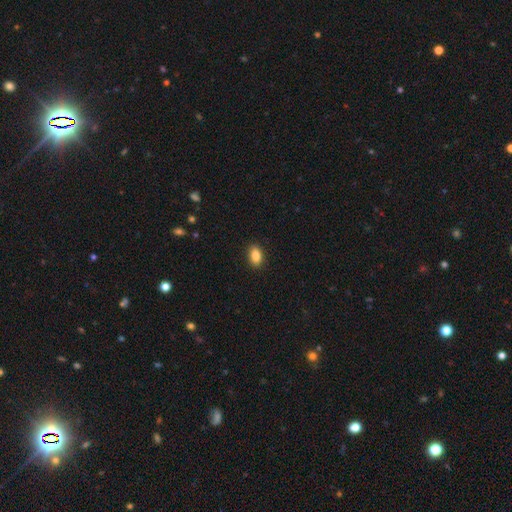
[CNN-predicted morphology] Q: Smooth or featured?
A: smooth (88%); runner-up: star or artifact (8%)
Q: How rounded?
A: in between (89%); runner-up: round (9%)
Q: Merging?
A: none (90%); runner-up: minor disturbance (7%)